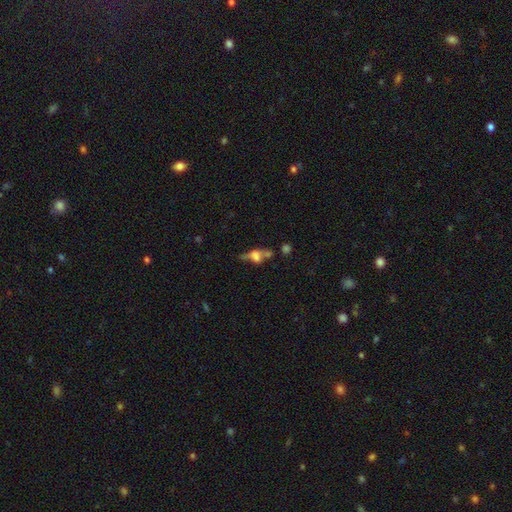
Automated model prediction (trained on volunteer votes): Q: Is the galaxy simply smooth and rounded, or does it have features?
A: featured or disk — 44%.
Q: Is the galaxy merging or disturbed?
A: none — 35%.